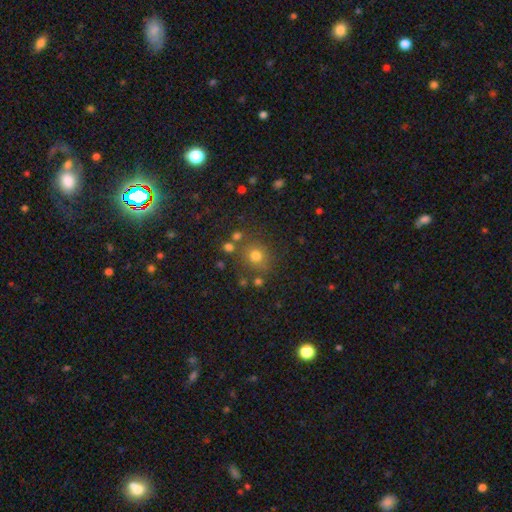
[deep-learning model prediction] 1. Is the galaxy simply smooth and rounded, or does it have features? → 73% smooth, 18% star or artifact, 9% featured or disk.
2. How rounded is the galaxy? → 88% round, 11% in between, 1% cigar-shaped.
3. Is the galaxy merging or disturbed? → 77% none, 10% minor disturbance, 9% merger, 4% major disturbance.